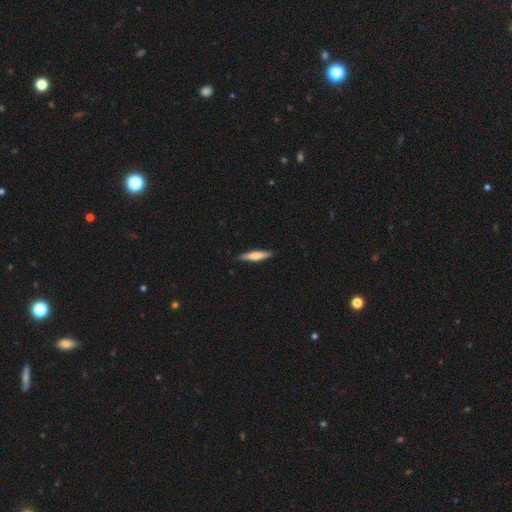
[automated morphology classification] A smooth galaxy with no disk features (65%) that is cigar-shaped (82%). Merging: none (87%).